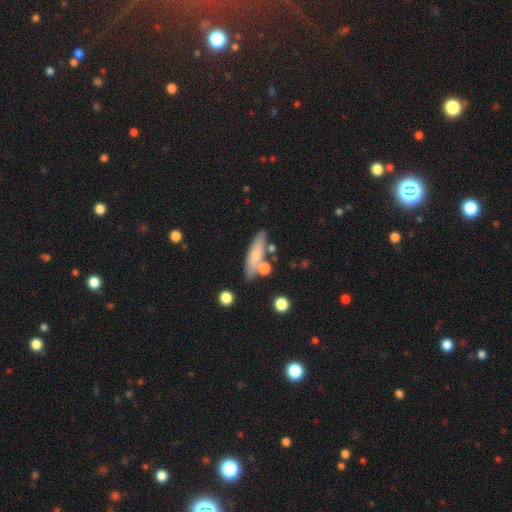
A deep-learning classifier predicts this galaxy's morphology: This is likely a smooth galaxy (67%). How rounded: likely cigar-shaped (67%). Merging: likely none (70%).